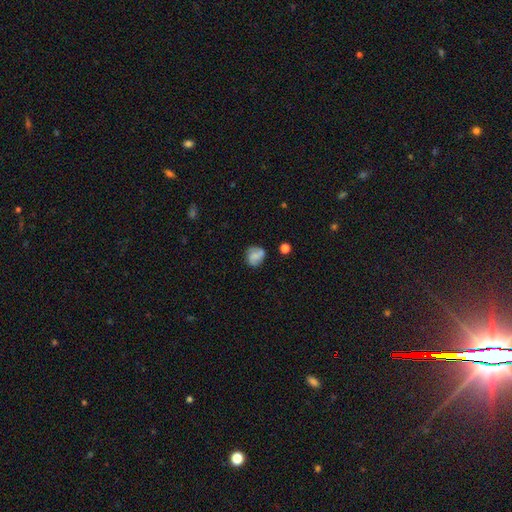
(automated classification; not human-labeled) smooth 55%, featured or disk 35%, star or artifact 10%. Down the decision tree: how rounded — round (66%); merging — none (64%).